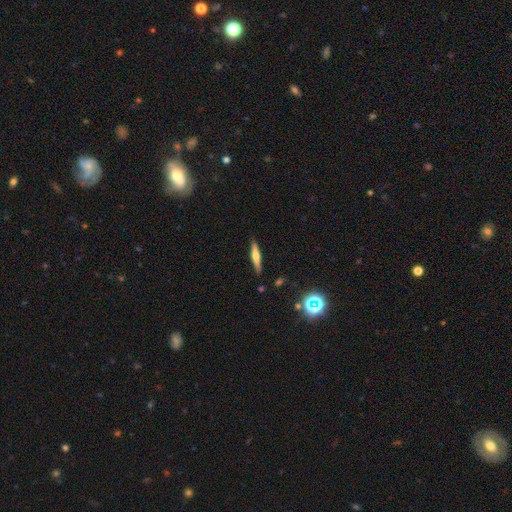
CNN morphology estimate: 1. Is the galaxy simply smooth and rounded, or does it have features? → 49% featured or disk, 43% smooth, 8% star or artifact.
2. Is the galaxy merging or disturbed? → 88% none, 9% minor disturbance, 2% major disturbance, 2% merger.